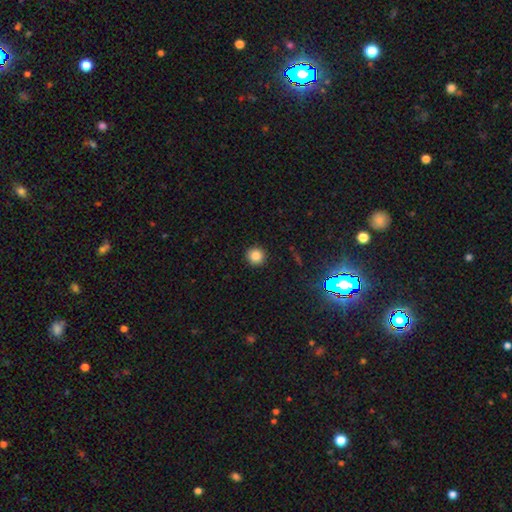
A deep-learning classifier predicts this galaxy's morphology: Smooth or featured? smooth (84%)
How rounded? round (95%)
Merging? none (92%)